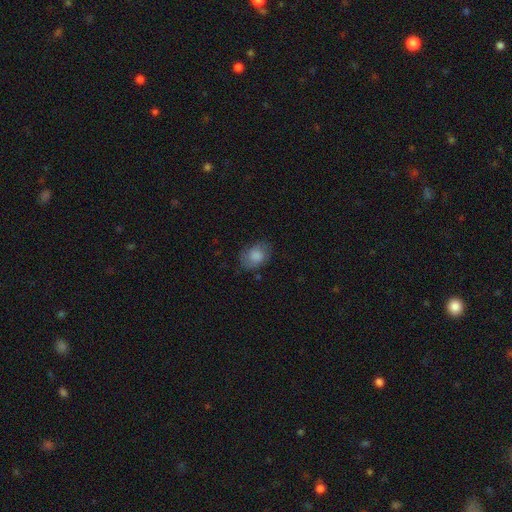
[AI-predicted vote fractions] smooth-or-featured: smooth: 75% | featured or disk: 17% | star or artifact: 9%
  how-rounded: in between: 71% | round: 28% | cigar-shaped: 1%
  merging: none: 69% | minor disturbance: 22% | major disturbance: 8% | merger: 1%